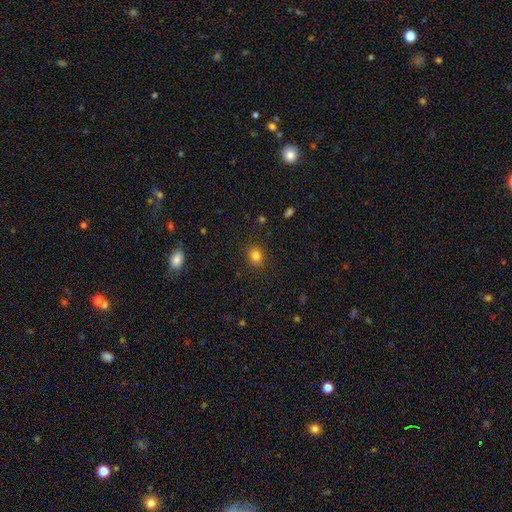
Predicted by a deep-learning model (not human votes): This appears to be a smooth galaxy with no disk features (82%) that is round (71%). Merging: none (88%).